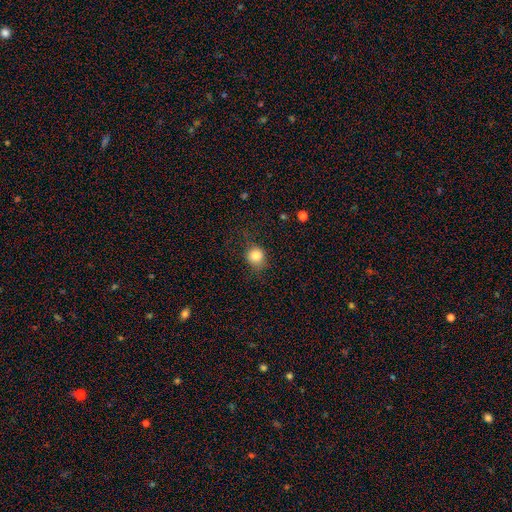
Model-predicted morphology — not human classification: Smooth or featured? smooth (83%)
How rounded? round (82%)
Merging? none (74%)